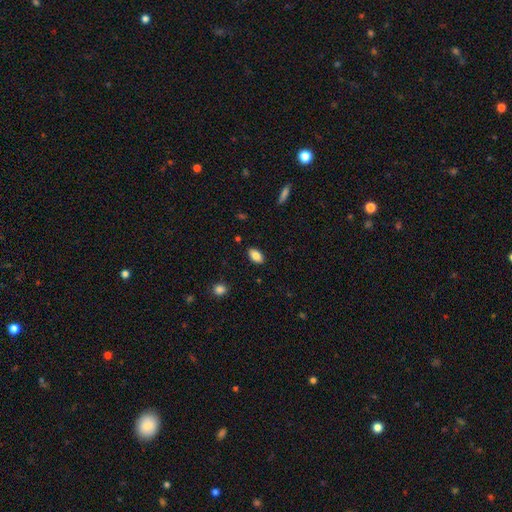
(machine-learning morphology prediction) type=smooth (84%); roundness=in between (92%); merging=none (87%).